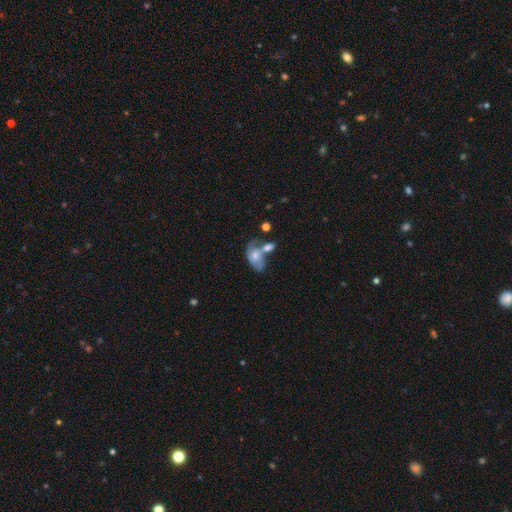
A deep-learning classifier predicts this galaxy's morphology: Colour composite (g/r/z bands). It shows a featured or disk galaxy (57%) with no bar (73%), spiral arms (74%) and a moderate central bulge (54%). Merging: merger (50%).